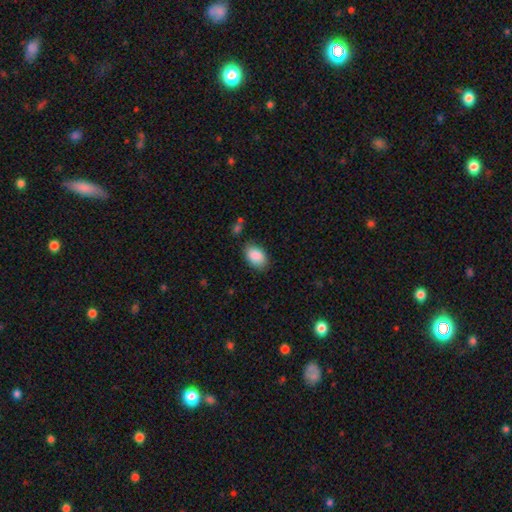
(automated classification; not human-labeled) Q: Smooth or featured?
A: smooth (89%); runner-up: star or artifact (7%)
Q: How rounded?
A: in between (89%); runner-up: round (10%)
Q: Merging?
A: none (80%); runner-up: minor disturbance (14%)